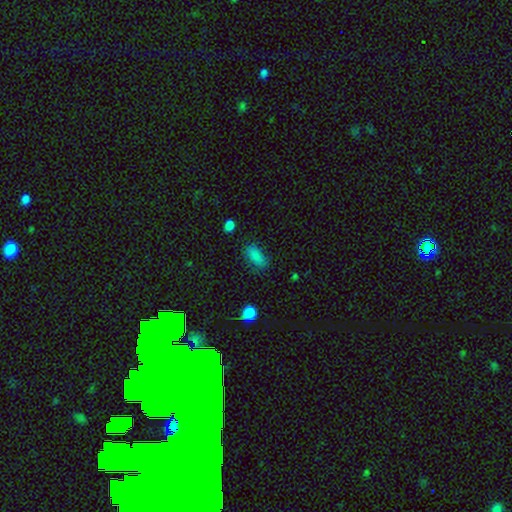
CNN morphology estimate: smooth_or_featured: smooth (p=0.84) [alt: star or artifact p=0.11]
how_rounded: in between (p=0.85) [alt: cigar-shaped p=0.11]
merging: none (p=0.73) [alt: minor disturbance p=0.19]